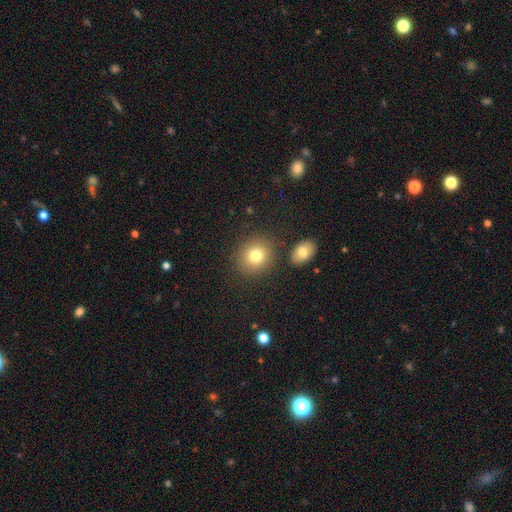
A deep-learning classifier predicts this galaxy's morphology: Smooth or featured? smooth (79%)
How rounded? round (75%)
Merging? none (81%)